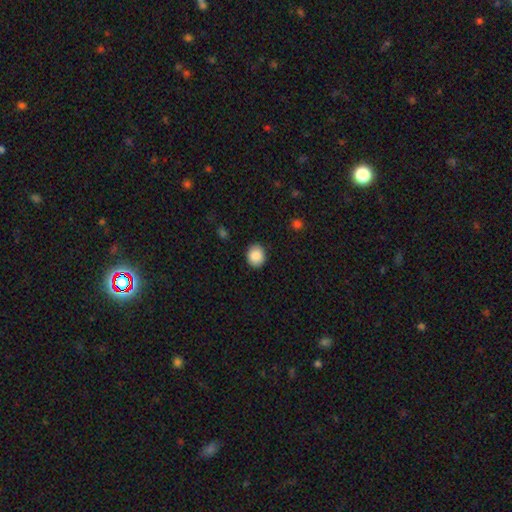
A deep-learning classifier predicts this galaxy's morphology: A smooth galaxy with no disk features (89%) that is round (68%).

Vote fractions:
- Smooth or featured? smooth: 89% / star or artifact: 8% / featured or disk: 4%
- How rounded? round: 68% / in between: 31% / cigar-shaped: 1%
- Merging? none: 89% / minor disturbance: 7% / major disturbance: 2% / merger: 1%